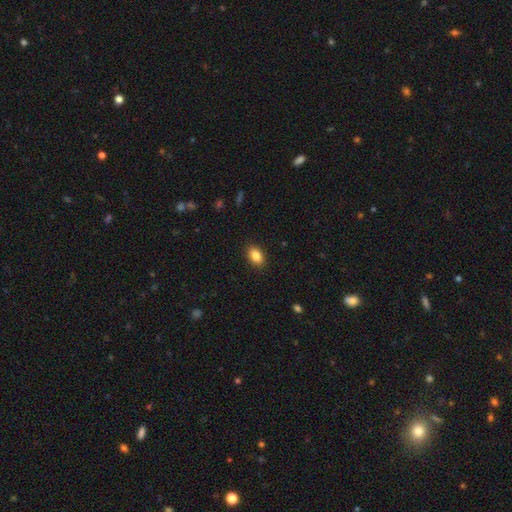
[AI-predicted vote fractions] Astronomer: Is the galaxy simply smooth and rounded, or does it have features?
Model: smooth — 86%.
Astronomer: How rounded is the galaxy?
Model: in between — 87%.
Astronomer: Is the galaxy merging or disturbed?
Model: none — 89%.